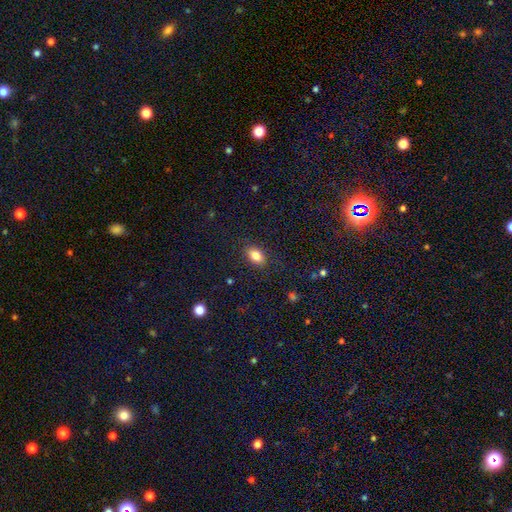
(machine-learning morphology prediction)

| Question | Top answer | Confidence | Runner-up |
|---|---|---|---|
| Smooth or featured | smooth | 83% | star or artifact (9%) |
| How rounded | in between | 87% | round (11%) |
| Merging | none | 86% | minor disturbance (10%) |